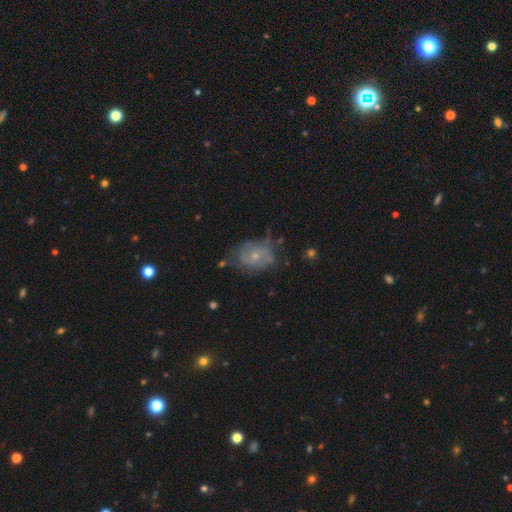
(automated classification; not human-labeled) Smooth or featured? featured or disk (50%)
Edge-on disk? no (96%)
Merging? none (56%)